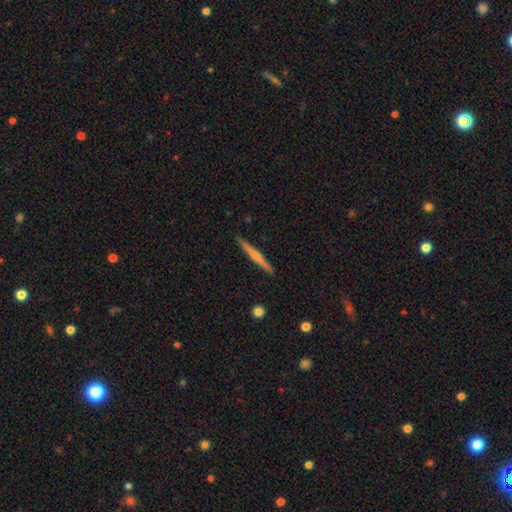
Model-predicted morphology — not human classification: A featured or disk galaxy (55%) viewed edge-on (98%) with a rounded central bulge (48%). Merging: none (91%).